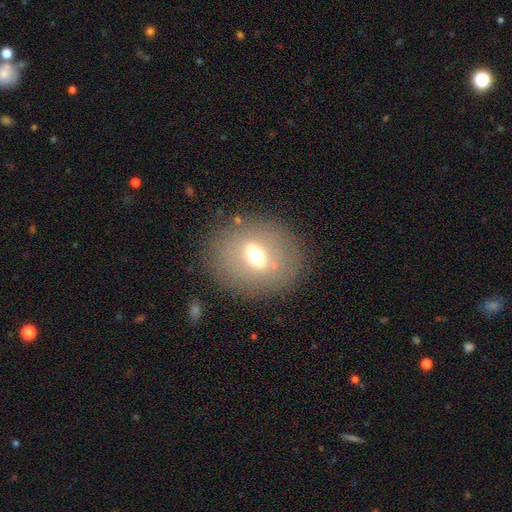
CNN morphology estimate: Smooth or featured? smooth (45%)
Merging? none (82%)